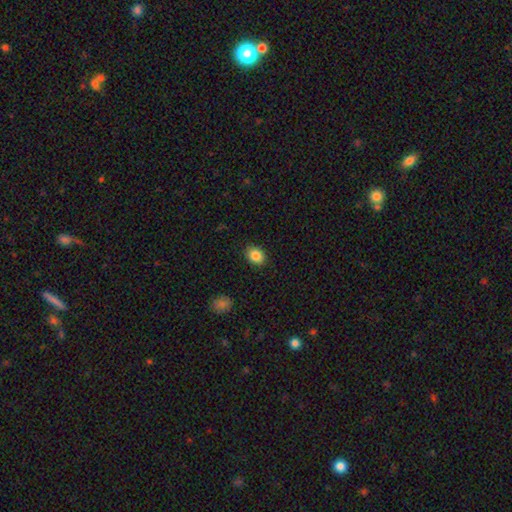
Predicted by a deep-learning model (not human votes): Morphology: type=smooth (86%); roundness=in between (55%); merging=none (88%).